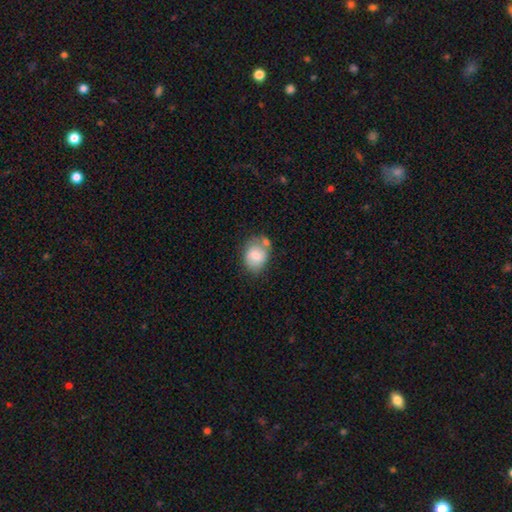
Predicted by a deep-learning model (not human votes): A smooth galaxy with no disk features (76%) that is in between round and cigar-shaped (50%). Merging: none (49%).